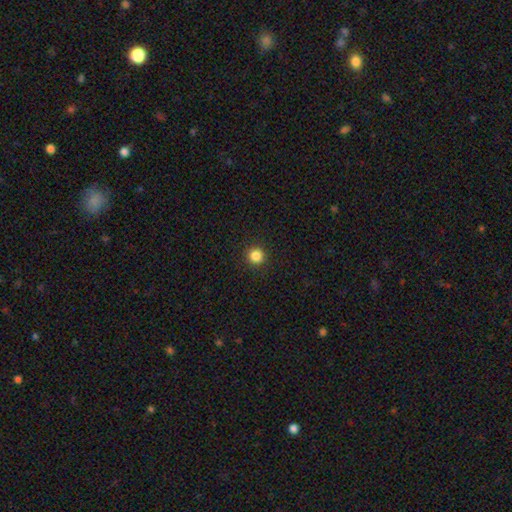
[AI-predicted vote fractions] smooth 85%, star or artifact 12%, featured or disk 4%. Down the decision tree: how rounded — round (95%); merging — none (93%).